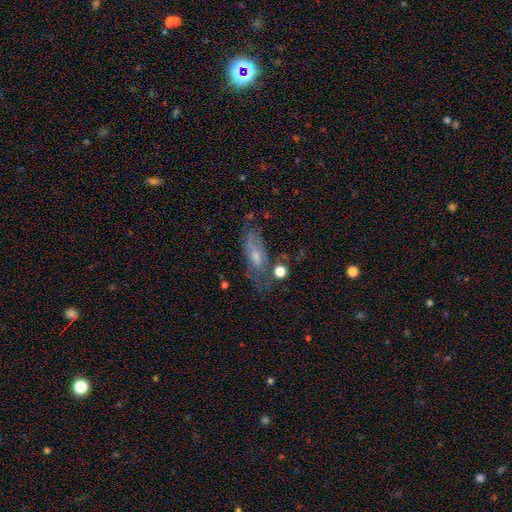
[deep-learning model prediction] Smooth or featured? featured or disk (46%)
Merging? none (52%)